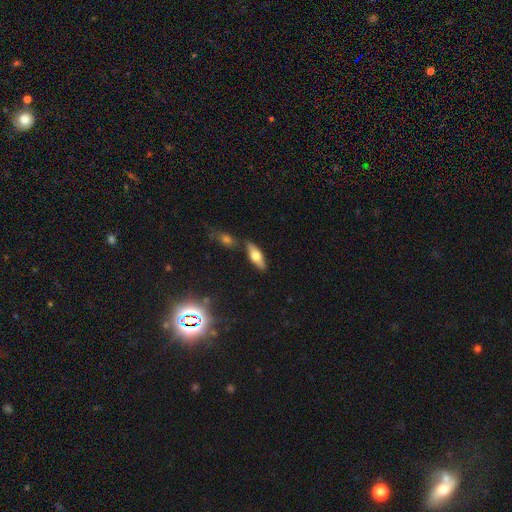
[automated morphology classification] smooth 54%, featured or disk 38%, star or artifact 8%. Down the decision tree: how rounded — in between (61%); merging — none (76%).